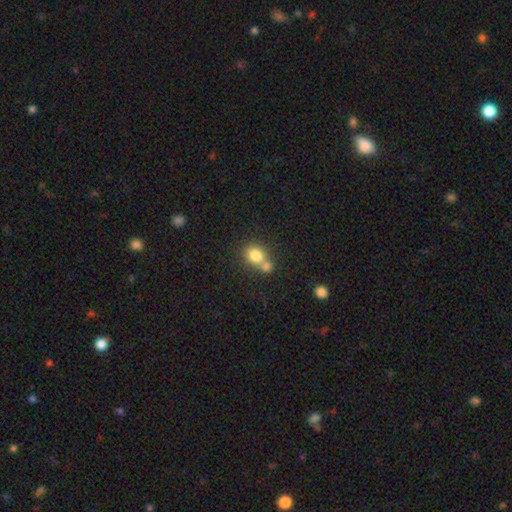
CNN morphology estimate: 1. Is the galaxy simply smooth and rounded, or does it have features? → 80% smooth, 10% featured or disk, 10% star or artifact.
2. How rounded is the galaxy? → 63% round, 36% in between, 1% cigar-shaped.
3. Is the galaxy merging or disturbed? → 49% merger, 39% none, 9% minor disturbance, 4% major disturbance.